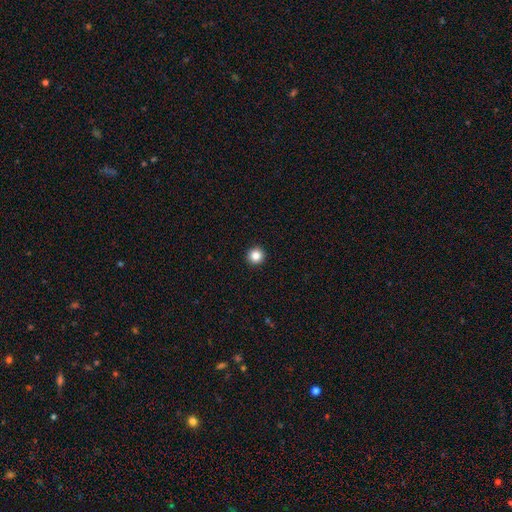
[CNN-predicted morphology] This appears to be a smooth galaxy with no disk features (85%) that is round (96%). Merging: none (94%).